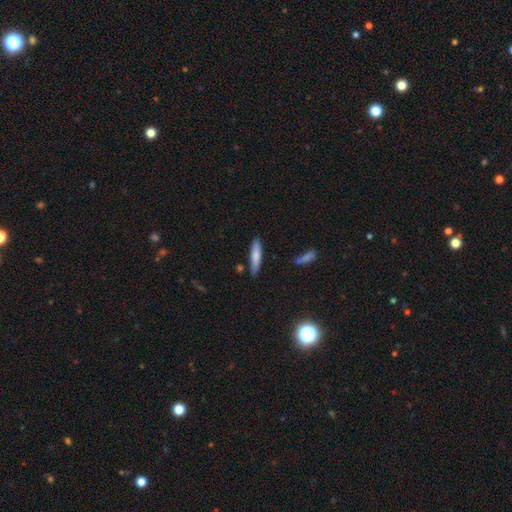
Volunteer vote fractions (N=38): This is likely a smooth galaxy (61%). How rounded: clearly cigar-shaped (91%). Merging: clearly none (91%).